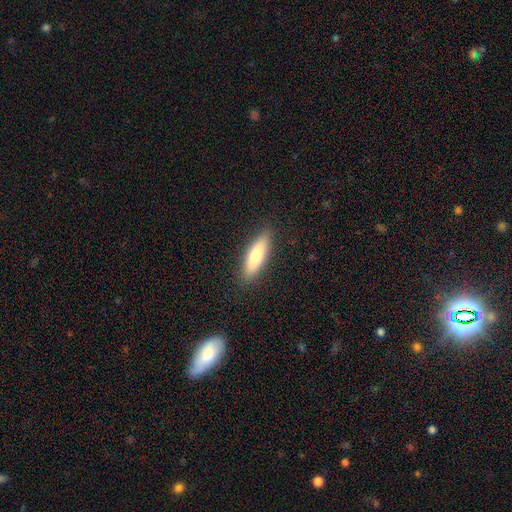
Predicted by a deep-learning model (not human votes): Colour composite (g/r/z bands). It shows a smooth galaxy with no disk features (74%) that is cigar-shaped (63%). Merging: none (89%).